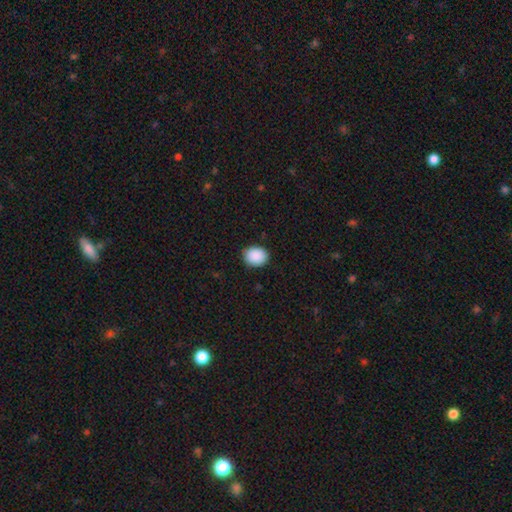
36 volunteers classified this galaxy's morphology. This appears to be a smooth galaxy with no disk features (97%) that is round (57%). Merging: none (92%).